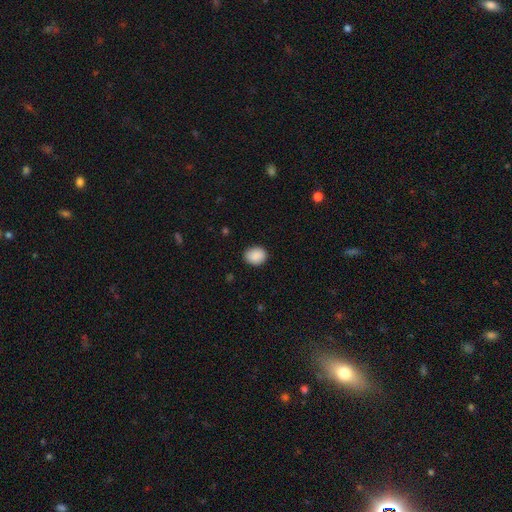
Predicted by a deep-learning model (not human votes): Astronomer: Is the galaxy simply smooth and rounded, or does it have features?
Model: smooth — 90%.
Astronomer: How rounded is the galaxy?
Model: round — 51% (runner-up: in between, 48%).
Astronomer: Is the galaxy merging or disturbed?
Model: none — 87%.